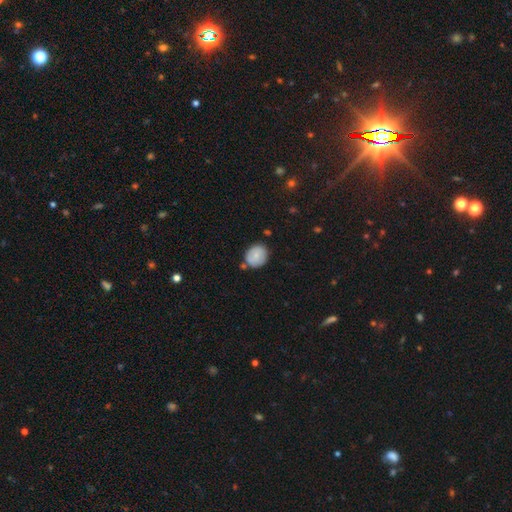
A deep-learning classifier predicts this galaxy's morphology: The model was most divided on "how rounded": round: 67%, in between: 32%, cigar-shaped: 1%. More confident: smooth or featured — smooth (78%); merging — none (72%).